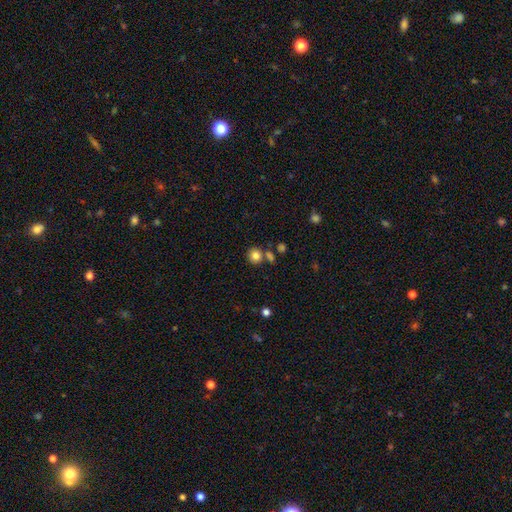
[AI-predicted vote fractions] This is clearly a smooth galaxy (82%). How rounded: clearly round (88%). Merging: likely none (73%).